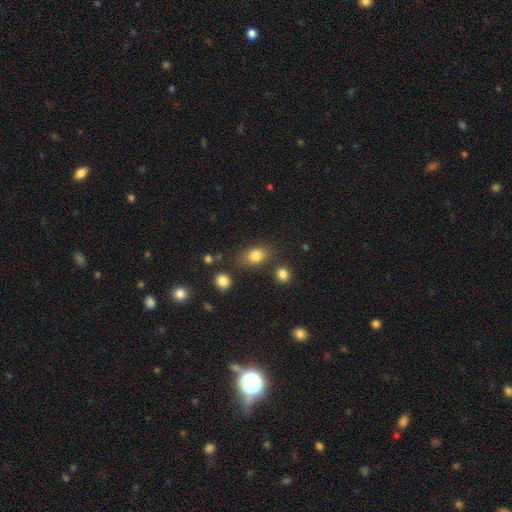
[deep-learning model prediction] smooth-or-featured: smooth: 83% | star or artifact: 10% | featured or disk: 7%
  how-rounded: in between: 69% | round: 29% | cigar-shaped: 2%
  merging: none: 75% | minor disturbance: 15% | merger: 6% | major disturbance: 4%